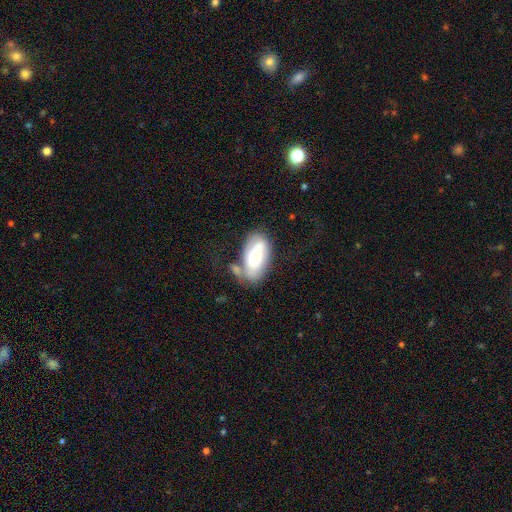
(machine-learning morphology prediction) smooth_or_featured: smooth (p=0.50) [alt: featured or disk p=0.43]
how_rounded: in between (p=0.92) [alt: round p=0.05]
merging: none (p=0.42) [alt: minor disturbance p=0.23]